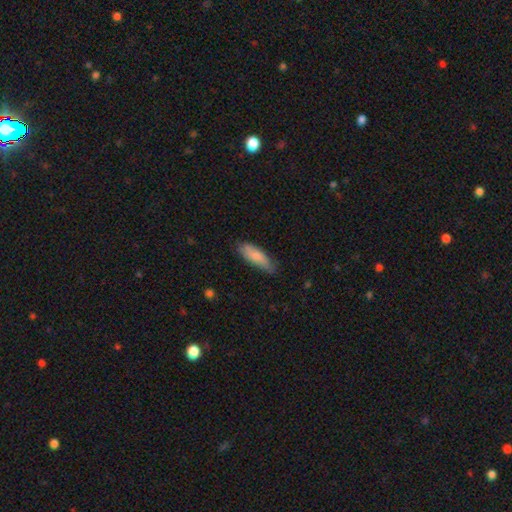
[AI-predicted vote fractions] A smooth galaxy with no disk features (81%) that is in between round and cigar-shaped (58%).

Vote fractions:
- Smooth or featured? smooth: 81% / featured or disk: 13% / star or artifact: 6%
- How rounded? in between: 58% / cigar-shaped: 41% / round: 2%
- Merging? none: 72% / minor disturbance: 23% / major disturbance: 4% / merger: 1%